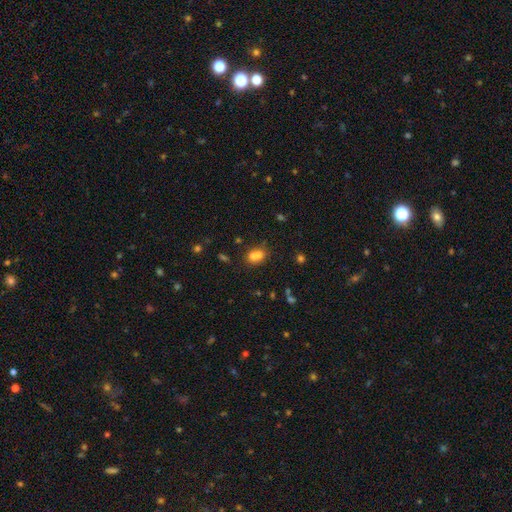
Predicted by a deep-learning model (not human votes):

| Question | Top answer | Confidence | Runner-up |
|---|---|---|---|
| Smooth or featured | smooth | 71% | featured or disk (15%) |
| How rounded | in between | 53% | round (46%) |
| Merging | merger | 54% | none (32%) |